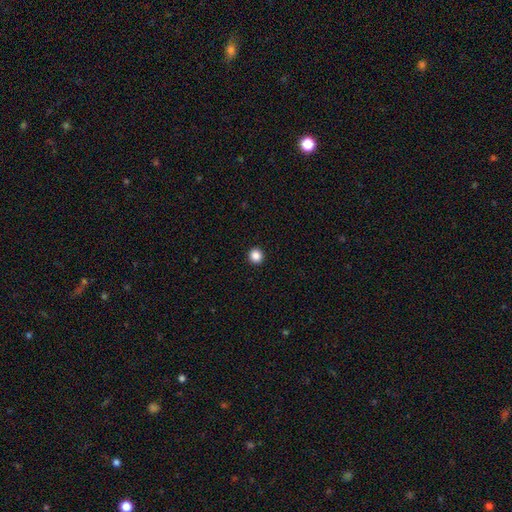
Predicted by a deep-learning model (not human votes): smooth_or_featured: smooth (p=0.86) [alt: star or artifact p=0.11]
how_rounded: round (p=0.92) [alt: in between p=0.07]
merging: none (p=0.93) [alt: minor disturbance p=0.04]